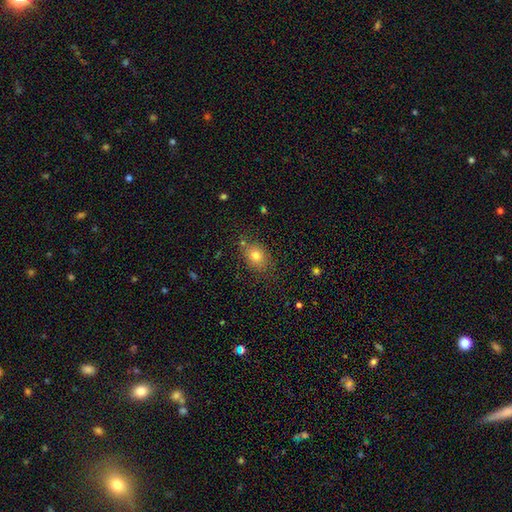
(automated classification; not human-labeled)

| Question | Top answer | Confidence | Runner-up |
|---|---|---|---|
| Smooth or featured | smooth | 77% | star or artifact (12%) |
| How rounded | in between | 58% | round (40%) |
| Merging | none | 76% | minor disturbance (16%) |